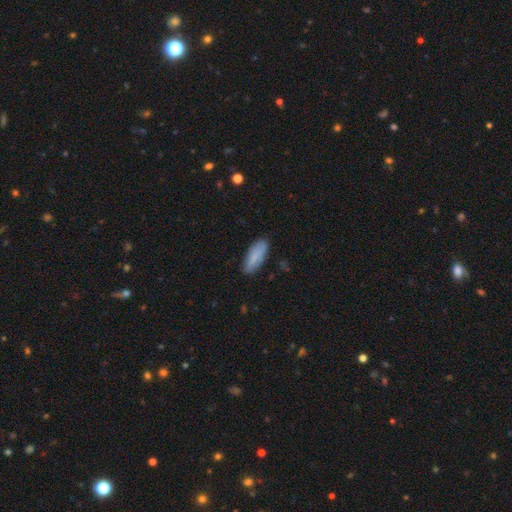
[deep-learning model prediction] Smooth or featured? smooth (81%)
How rounded? in between (70%)
Merging? none (79%)